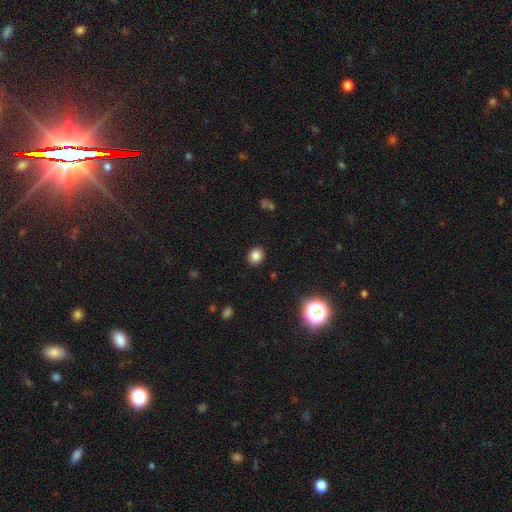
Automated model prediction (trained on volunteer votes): smooth 83%, star or artifact 12%, featured or disk 5%. Down the decision tree: how rounded — round (76%); merging — none (91%).